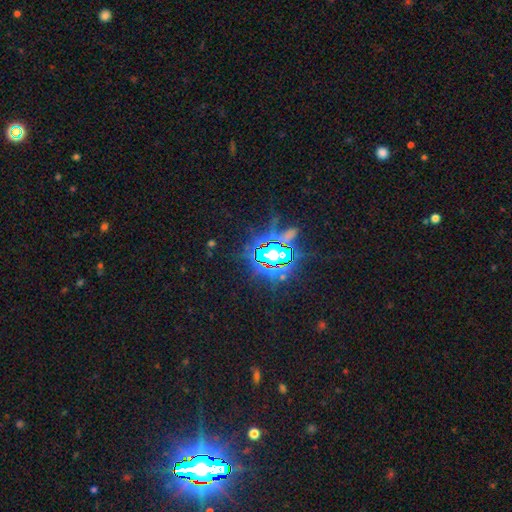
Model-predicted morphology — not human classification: Q: Smooth or featured?
A: star or artifact (86%); runner-up: smooth (8%)